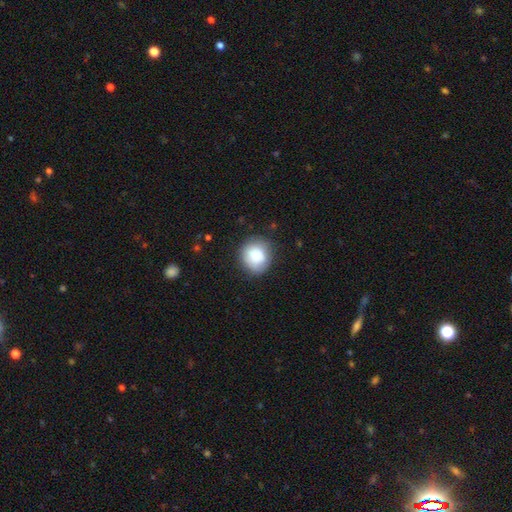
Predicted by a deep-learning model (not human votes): smooth 82%, featured or disk 11%, star or artifact 8%. Down the decision tree: how rounded — round (81%); merging — none (76%).